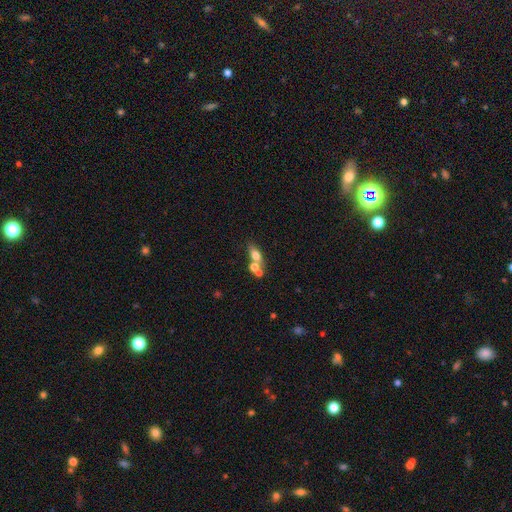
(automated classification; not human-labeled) The model was most divided on "merging": merger: 43%, none: 41%, minor disturbance: 11%, major disturbance: 6%. More confident: how rounded — in between (68%); smooth or featured — smooth (63%).